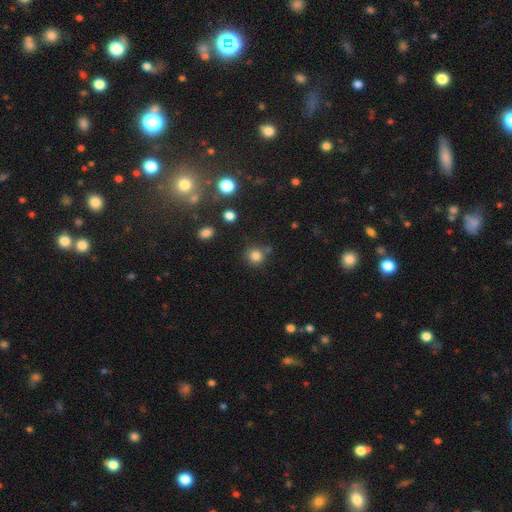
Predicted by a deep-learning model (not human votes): A smooth galaxy with no disk features (81%) that is round (89%). Merging: none (74%).